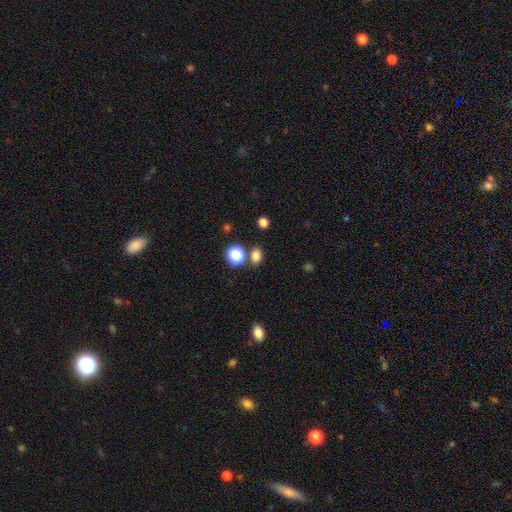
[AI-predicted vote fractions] This appears to be a smooth galaxy with no disk features (79%) that is in between round and cigar-shaped (59%). Merging: none (77%).